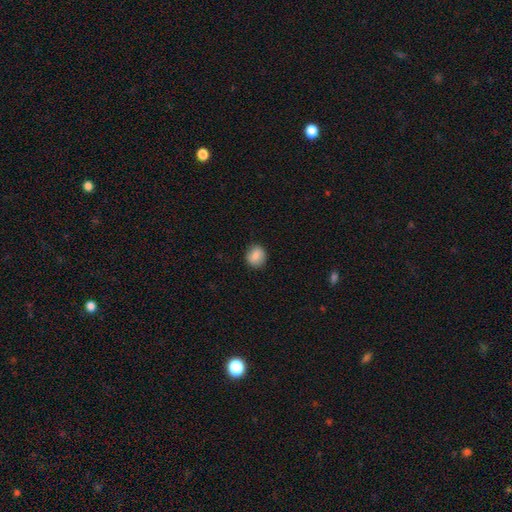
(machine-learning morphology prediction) Overall: smooth (84%). How rounded: round (78%). Merging: none (86%).